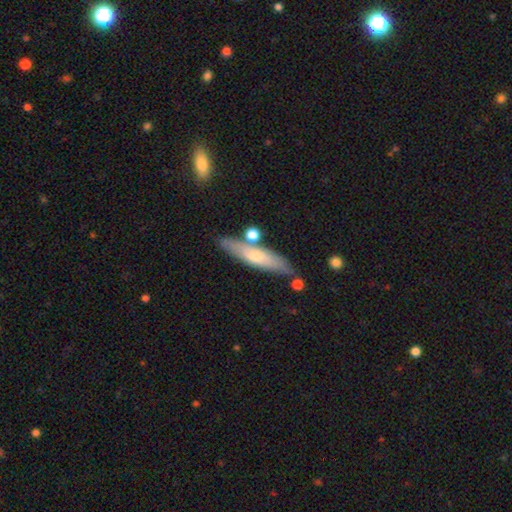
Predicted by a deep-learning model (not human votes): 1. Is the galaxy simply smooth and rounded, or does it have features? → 54% smooth, 40% featured or disk, 6% star or artifact.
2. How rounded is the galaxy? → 79% cigar-shaped, 19% in between, 2% round.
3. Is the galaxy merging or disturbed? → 77% none, 13% minor disturbance, 8% merger, 3% major disturbance.